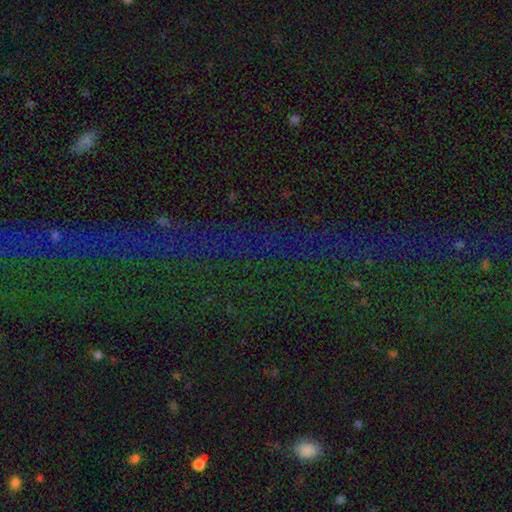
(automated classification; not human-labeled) Smooth or featured? star or artifact (75%)